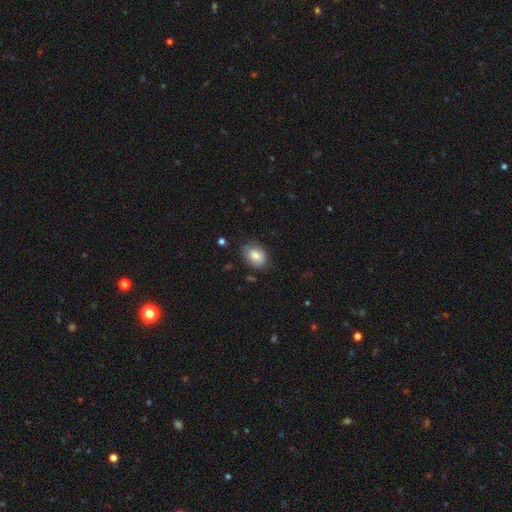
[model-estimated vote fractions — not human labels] smooth-or-featured: smooth: 83% | featured or disk: 10% | star or artifact: 7%
  how-rounded: in between: 84% | round: 15% | cigar-shaped: 1%
  merging: none: 78% | minor disturbance: 17% | major disturbance: 4% | merger: 1%